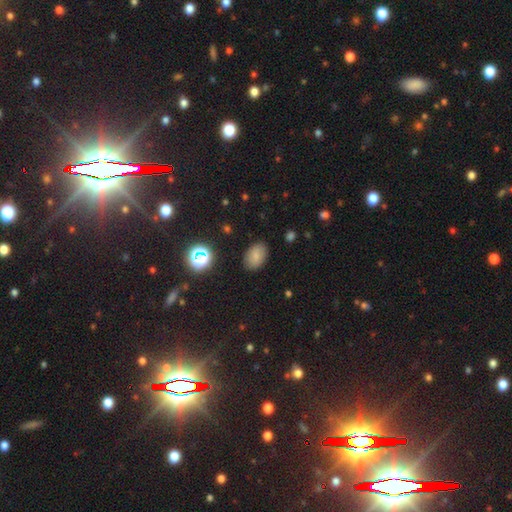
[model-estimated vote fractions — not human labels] Morphology: type=smooth (80%); roundness=in between (84%); merging=none (85%).